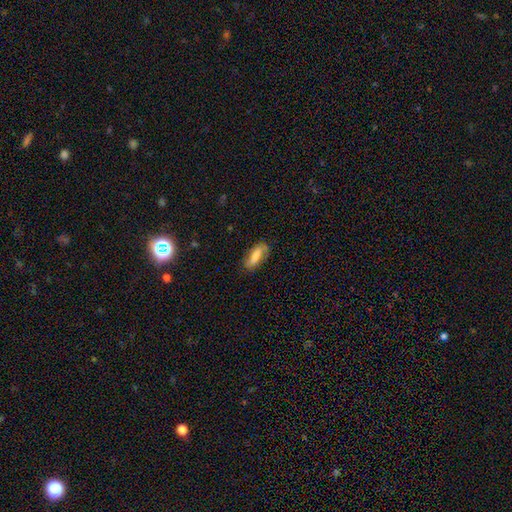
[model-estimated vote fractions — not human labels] This appears to be a smooth galaxy with no disk features (72%) that is in between round and cigar-shaped (69%). Merging: none (73%).